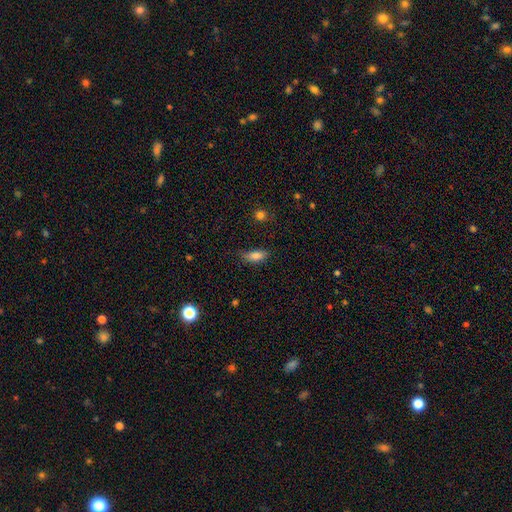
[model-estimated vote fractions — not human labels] This is clearly a smooth galaxy (81%). How rounded: likely in between (79%). Merging: likely none (65%).